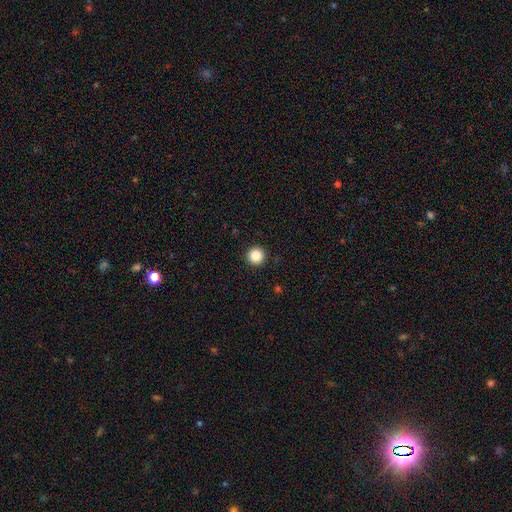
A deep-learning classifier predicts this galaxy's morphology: This appears to be a smooth galaxy with no disk features (85%) that is round (96%). Merging: none (94%).